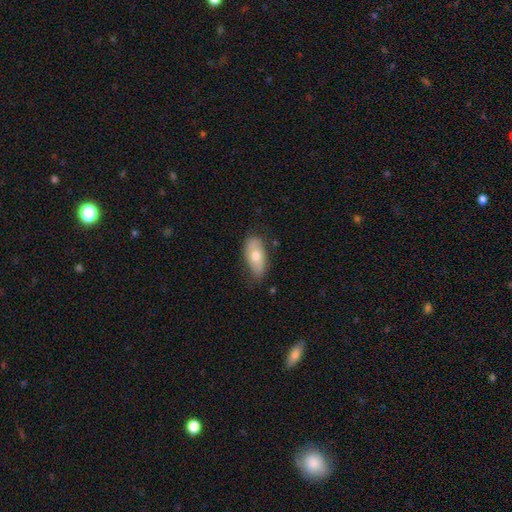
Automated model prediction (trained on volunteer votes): This appears to be a smooth galaxy with no disk features (68%) that is in between round and cigar-shaped (91%). Merging: none (68%).